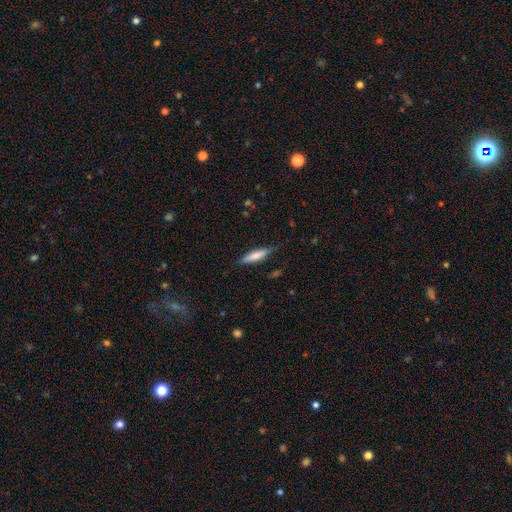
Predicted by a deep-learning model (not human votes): smooth_or_featured: smooth (p=0.72) [alt: featured or disk p=0.22]
how_rounded: cigar-shaped (p=0.71) [alt: in between p=0.27]
merging: none (p=0.76) [alt: minor disturbance p=0.19]